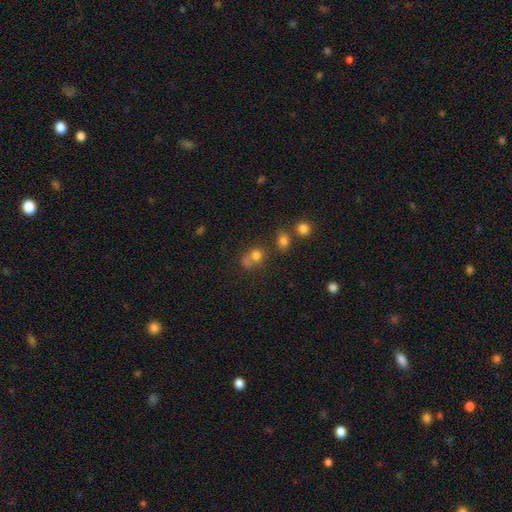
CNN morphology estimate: smooth 71%, star or artifact 18%, featured or disk 11%. Down the decision tree: how rounded — round (77%); merging — none (48%).